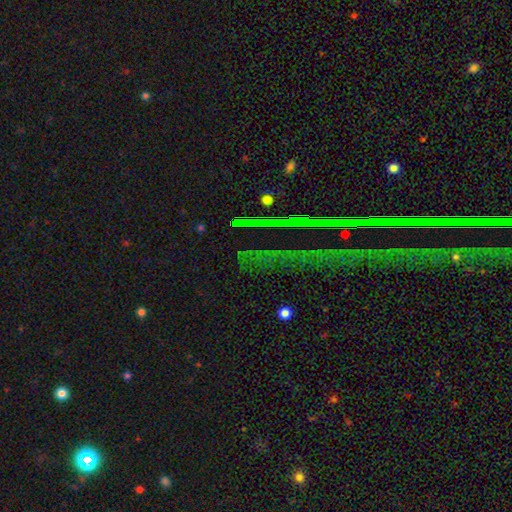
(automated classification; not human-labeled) star or artifact 79%, featured or disk 12%, smooth 10%.